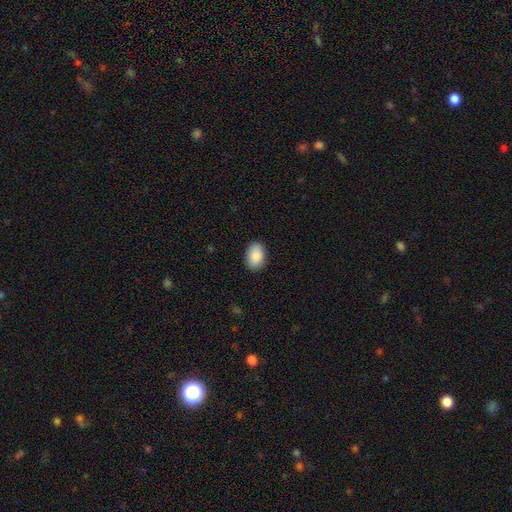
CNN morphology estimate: Smooth or featured? smooth (88%)
How rounded? in between (85%)
Merging? none (87%)